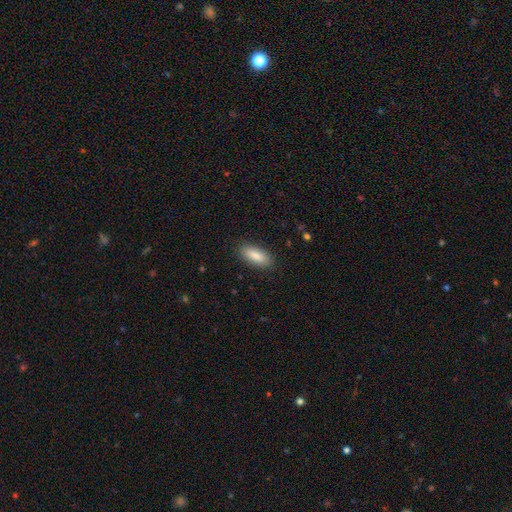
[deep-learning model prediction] smooth_or_featured: smooth (p=0.86) [alt: featured or disk p=0.08]
how_rounded: in between (p=0.78) [alt: cigar-shaped p=0.20]
merging: none (p=0.87) [alt: minor disturbance p=0.09]